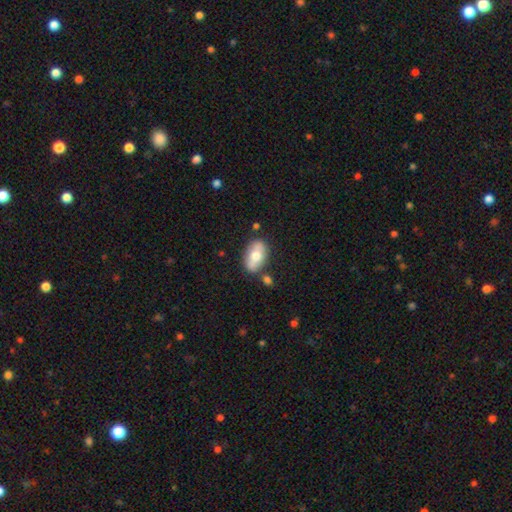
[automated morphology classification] Smooth or featured? smooth (61%)
How rounded? in between (90%)
Merging? none (74%)